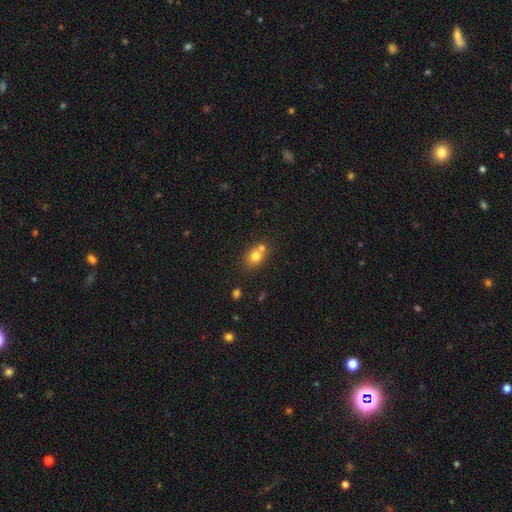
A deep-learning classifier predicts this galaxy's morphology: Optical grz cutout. It shows a smooth galaxy with no disk features (76%) that is round (50%). Merging: none (47%).